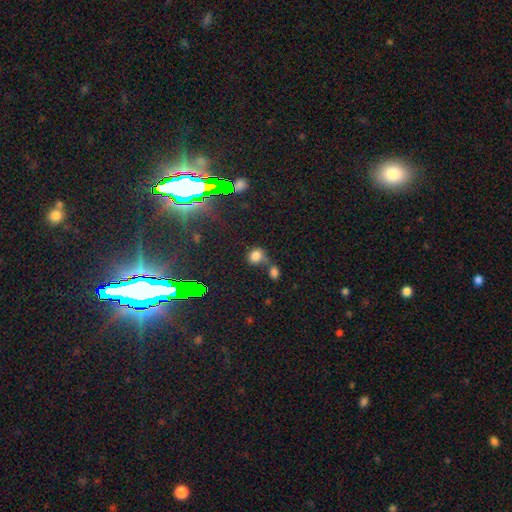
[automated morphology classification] smooth 73%, star or artifact 19%, featured or disk 8%. Down the decision tree: how rounded — round (66%); merging — none (45%).